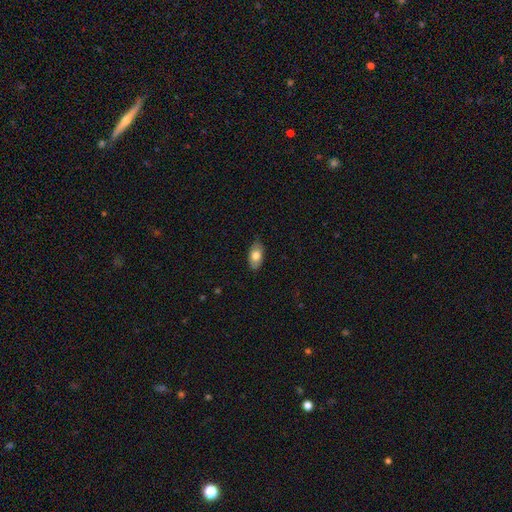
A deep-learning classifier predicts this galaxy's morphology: Smooth or featured? smooth (75%)
How rounded? in between (93%)
Merging? none (84%)